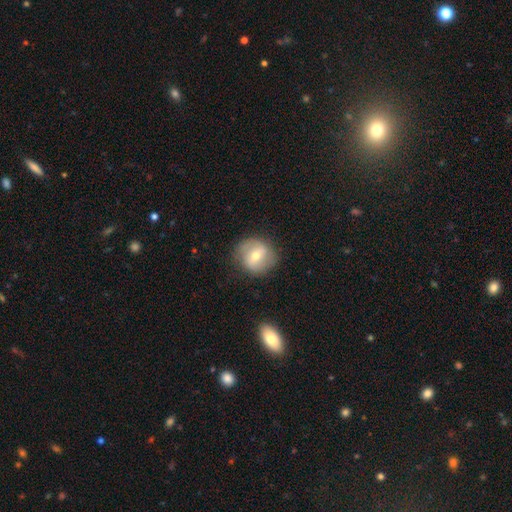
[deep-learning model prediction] Morphology: type=smooth (46%, tied with featured or disk); merging=none (80%).